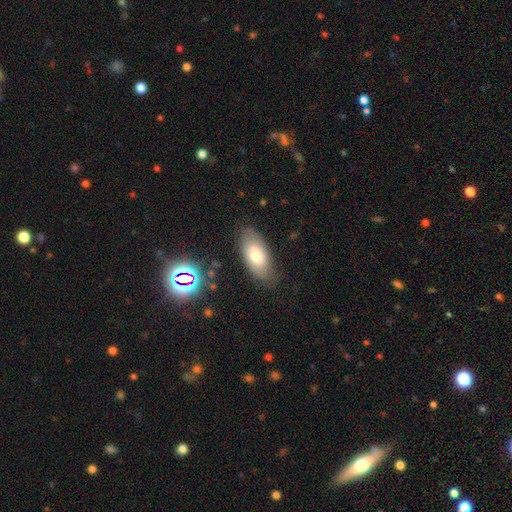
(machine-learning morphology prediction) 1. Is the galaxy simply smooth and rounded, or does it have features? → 70% smooth, 21% featured or disk, 9% star or artifact.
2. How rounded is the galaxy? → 91% in between, 6% cigar-shaped, 3% round.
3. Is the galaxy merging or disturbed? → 77% none, 16% minor disturbance, 5% major disturbance, 2% merger.